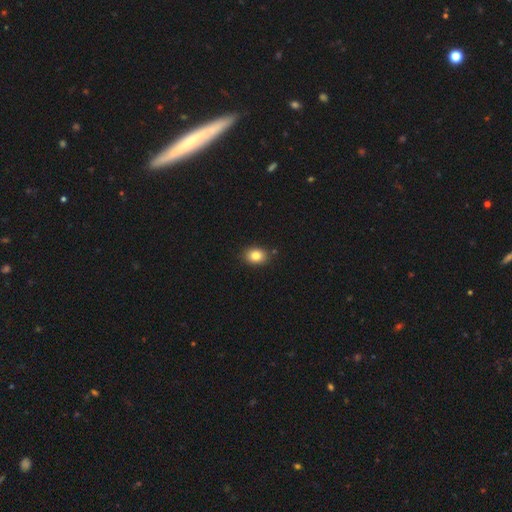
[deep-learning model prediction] Smooth or featured? smooth (83%)
How rounded? in between (60%)
Merging? none (87%)